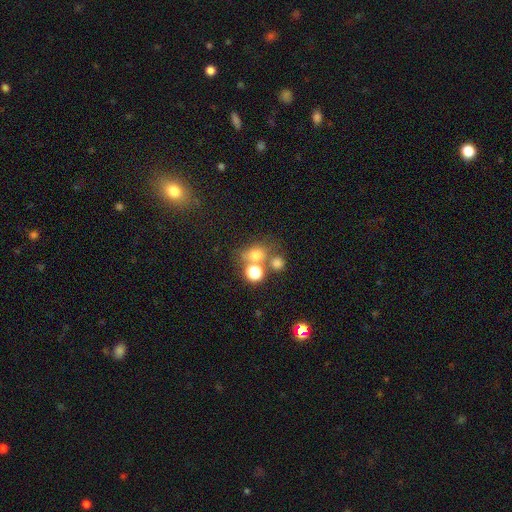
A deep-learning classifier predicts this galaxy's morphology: Overall: smooth (67%). How rounded: round (65%; in between 34%). Merging: none (52%; merger 30%).